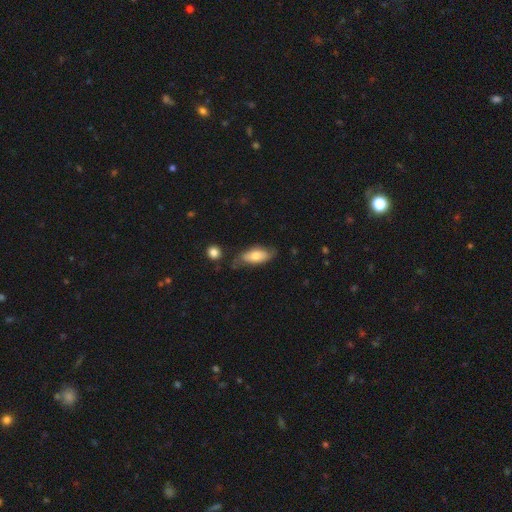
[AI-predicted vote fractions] Morphology: type=smooth (66%); roundness=in between (84%); merging=none (58%).